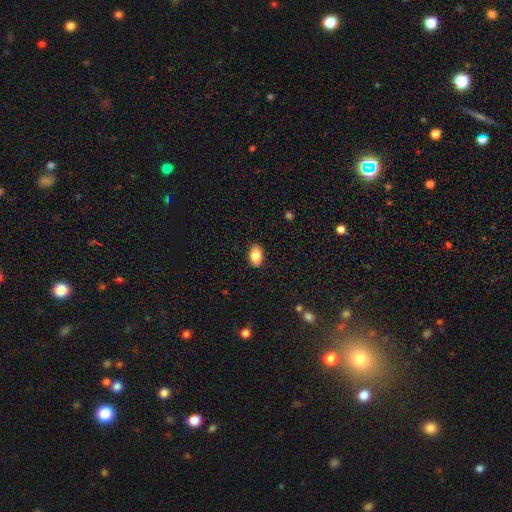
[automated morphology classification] smooth-or-featured: smooth: 81% | featured or disk: 11% | star or artifact: 8%
  how-rounded: in between: 89% | round: 8% | cigar-shaped: 2%
  merging: none: 87% | minor disturbance: 10% | major disturbance: 2% | merger: 1%